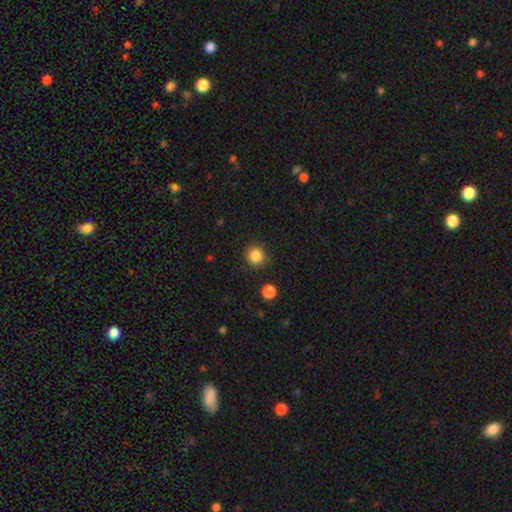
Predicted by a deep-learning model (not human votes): The model was most divided on "smooth or featured": smooth: 85%, star or artifact: 11%, featured or disk: 4%. More confident: how rounded — round (92%); merging — none (87%).